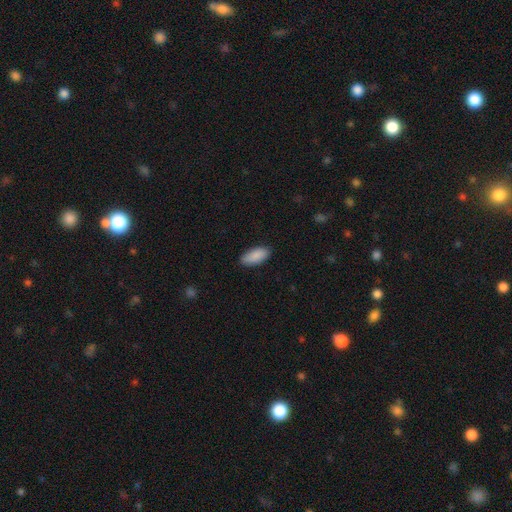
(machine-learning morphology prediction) Q: Smooth or featured?
A: smooth (89%); runner-up: star or artifact (6%)
Q: How rounded?
A: in between (88%); runner-up: cigar-shaped (11%)
Q: Merging?
A: none (87%); runner-up: minor disturbance (10%)